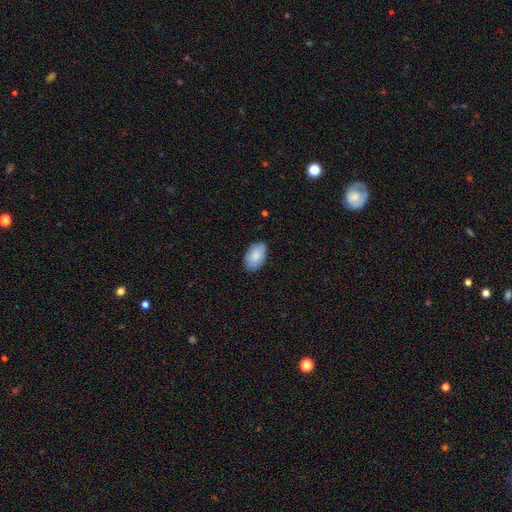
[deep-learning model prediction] Overall: smooth (86%). How rounded: in between (93%). Merging: none (82%).